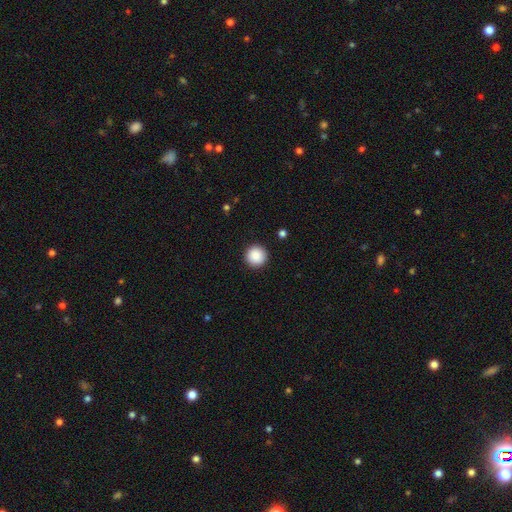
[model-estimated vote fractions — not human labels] The model was most divided on "smooth or featured": smooth: 89%, star or artifact: 8%, featured or disk: 3%. More confident: how rounded — round (96%); merging — none (92%).